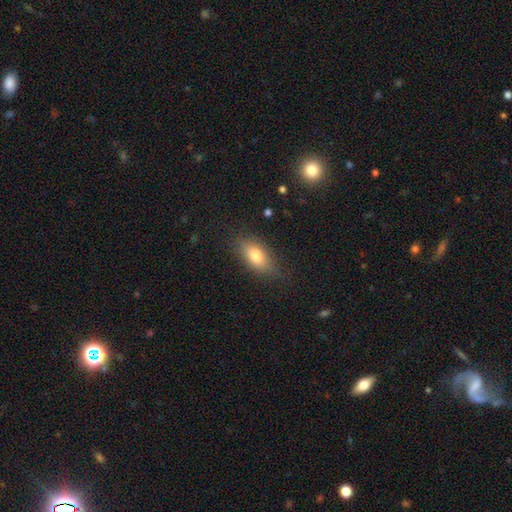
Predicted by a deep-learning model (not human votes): Smooth or featured?
  - smooth: 77% *
  - featured or disk: 15%
  - star or artifact: 9%
How rounded?
  - in between: 85% *
  - cigar-shaped: 8%
  - round: 7%
Merging?
  - none: 78% *
  - minor disturbance: 17%
  - major disturbance: 4%
  - merger: 1%